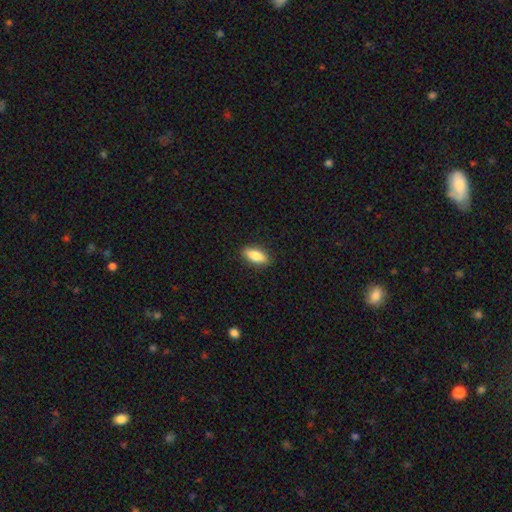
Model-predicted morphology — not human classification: This appears to be a smooth galaxy with no disk features (78%) that is in between round and cigar-shaped (75%). Merging: none (89%).